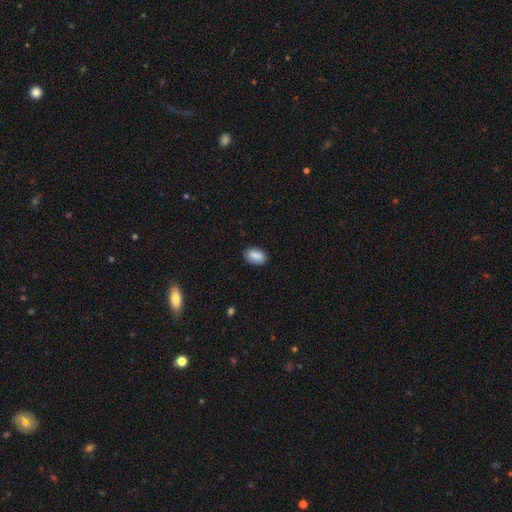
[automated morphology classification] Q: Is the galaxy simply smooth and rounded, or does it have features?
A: smooth — 86%.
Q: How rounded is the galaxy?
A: in between — 90%.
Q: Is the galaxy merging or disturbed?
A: none — 82%.